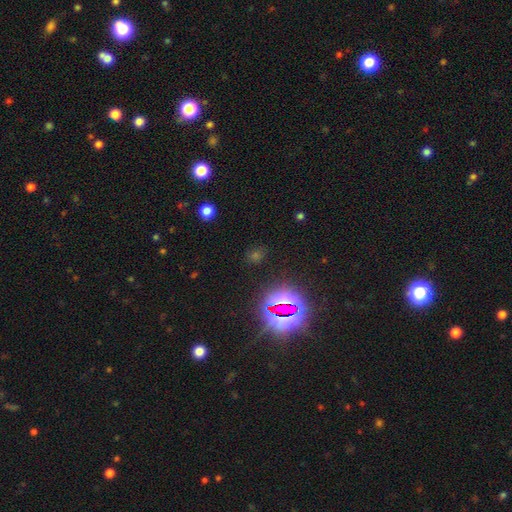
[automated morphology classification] A star or artifact, not a galaxy (64%).